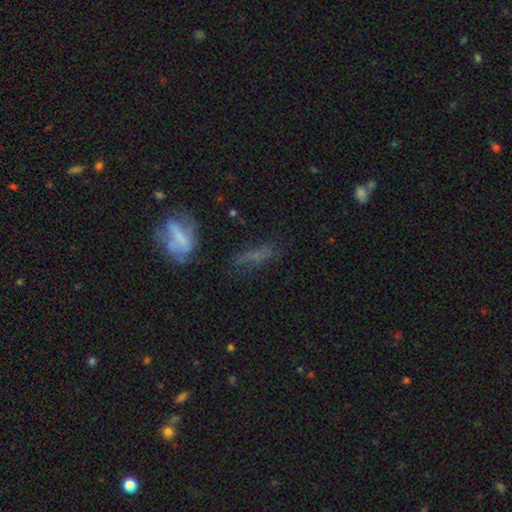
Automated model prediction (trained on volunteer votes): This is possibly a smooth galaxy (46%). Merging: possibly none (56%).